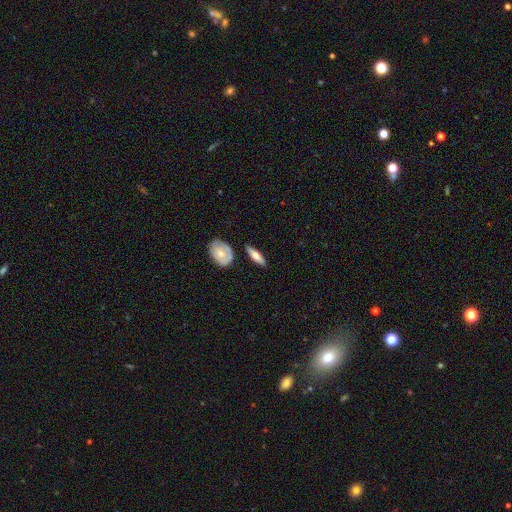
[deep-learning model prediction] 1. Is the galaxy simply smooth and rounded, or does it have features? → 61% smooth, 33% featured or disk, 6% star or artifact.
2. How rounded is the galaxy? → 52% cigar-shaped, 45% in between, 3% round.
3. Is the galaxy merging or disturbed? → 79% none, 12% minor disturbance, 5% merger, 3% major disturbance.